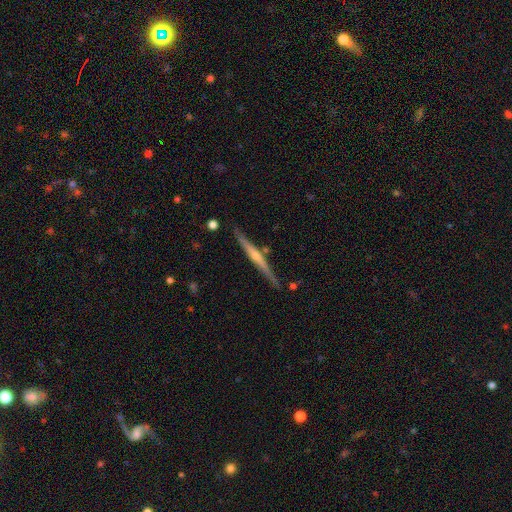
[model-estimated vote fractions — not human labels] The model was most divided on "edge-on bulge": rounded: 64%, none: 28%, boxy: 8%. More confident: edge-on disk — yes (98%); merging — none (84%); smooth or featured — featured or disk (72%).